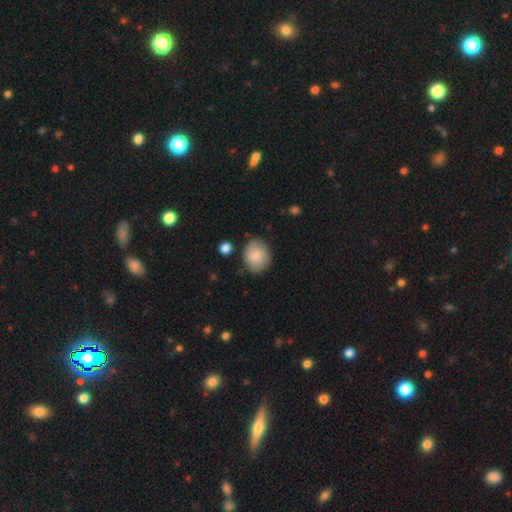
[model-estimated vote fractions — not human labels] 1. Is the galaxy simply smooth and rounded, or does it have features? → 81% smooth, 12% featured or disk, 7% star or artifact.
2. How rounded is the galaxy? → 61% round, 38% in between, 1% cigar-shaped.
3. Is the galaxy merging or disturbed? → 78% none, 16% minor disturbance, 3% major disturbance, 3% merger.